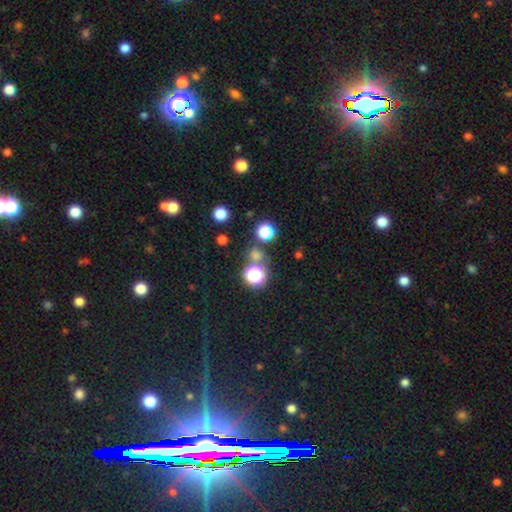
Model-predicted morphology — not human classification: smooth-or-featured: smooth: 48% | star or artifact: 45% | featured or disk: 7%
  merging: none: 72% | merger: 15% | minor disturbance: 8% | major disturbance: 5%